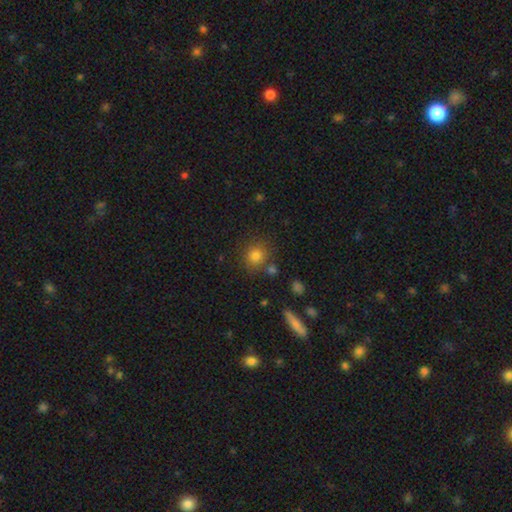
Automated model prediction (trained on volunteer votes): Q: Smooth or featured?
A: smooth (80%); runner-up: star or artifact (12%)
Q: How rounded?
A: round (86%); runner-up: in between (13%)
Q: Merging?
A: none (74%); runner-up: minor disturbance (12%)